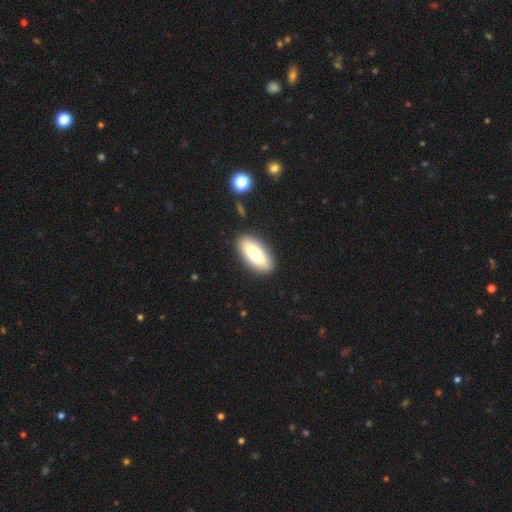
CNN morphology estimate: The model was most divided on "how rounded": in between: 76%, cigar-shaped: 21%, round: 2%. More confident: merging — none (88%); smooth or featured — smooth (74%).